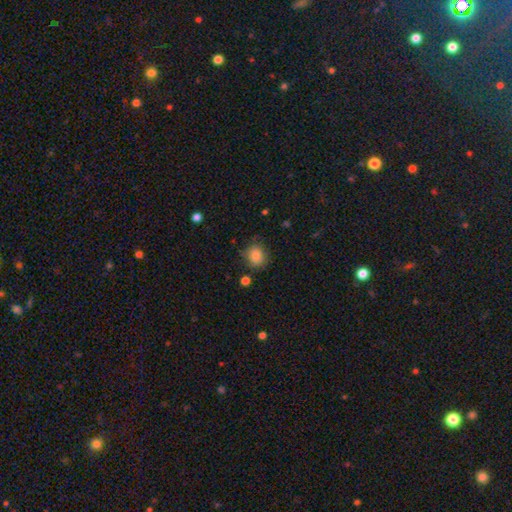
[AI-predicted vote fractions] smooth_or_featured: smooth (p=0.83) [alt: star or artifact p=0.10]
how_rounded: round (p=0.76) [alt: in between p=0.23]
merging: none (p=0.76) [alt: minor disturbance p=0.17]